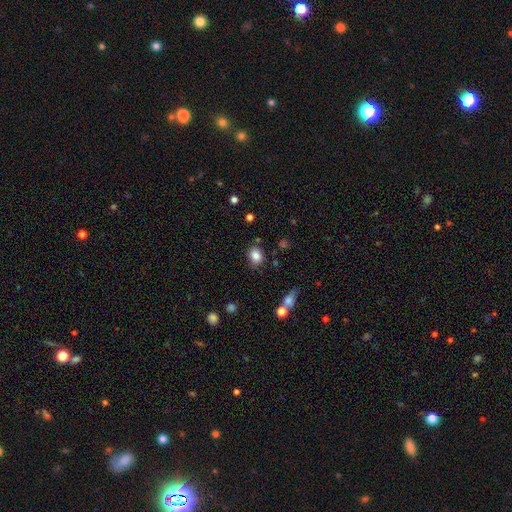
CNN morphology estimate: A smooth galaxy with no disk features (84%) that is in between round and cigar-shaped (53%). Merging: none (80%).